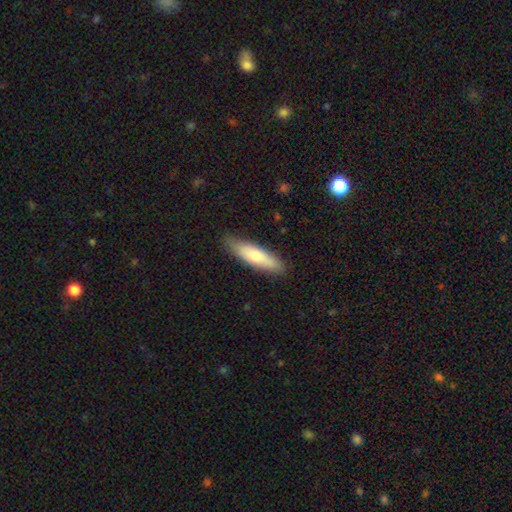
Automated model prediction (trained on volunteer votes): The model was most divided on "how rounded": cigar-shaped: 65%, in between: 34%, round: 2%. More confident: merging — none (83%); smooth or featured — smooth (73%).